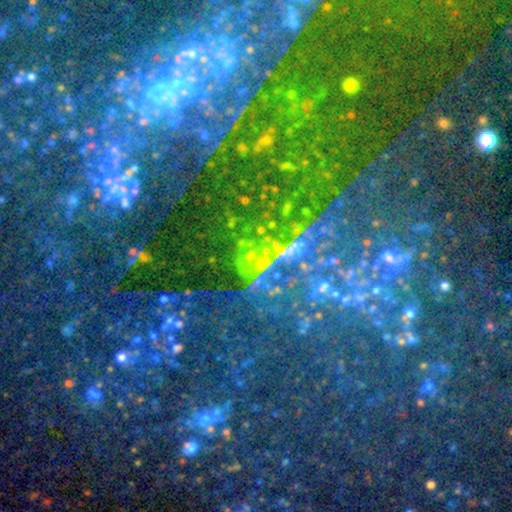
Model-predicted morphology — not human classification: Smooth or featured? Predicted: star or artifact (p=0.43).